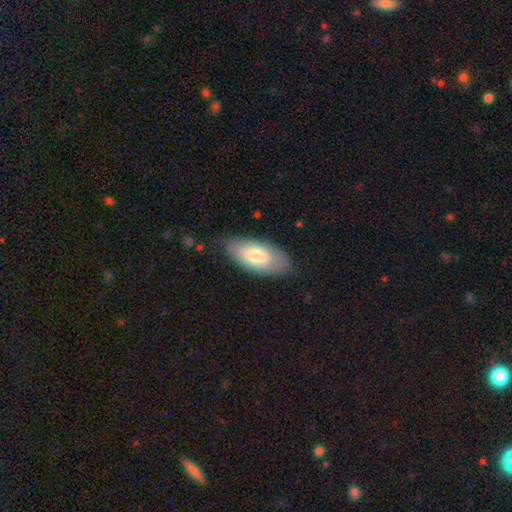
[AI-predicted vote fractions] Smooth or featured? Predicted: smooth (p=0.75). How rounded? Predicted: in between (p=0.92). Merging? Predicted: none (p=0.77).